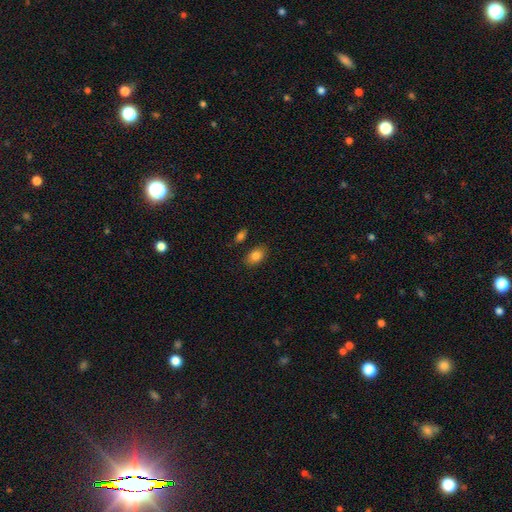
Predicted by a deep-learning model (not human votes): This appears to be a smooth galaxy with no disk features (84%) that is in between round and cigar-shaped (86%). Merging: none (82%).